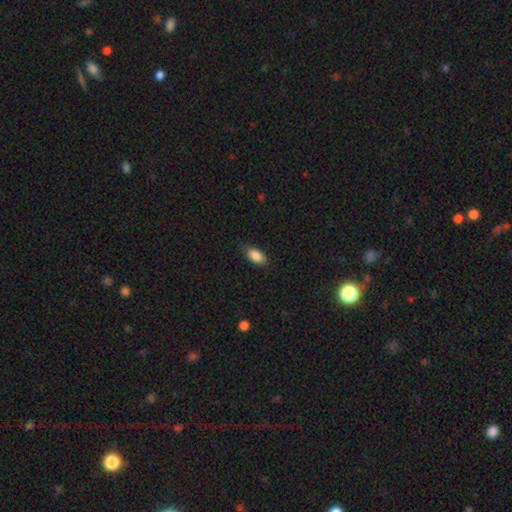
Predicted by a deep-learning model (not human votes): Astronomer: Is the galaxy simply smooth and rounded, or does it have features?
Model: smooth — 88%.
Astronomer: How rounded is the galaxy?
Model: in between — 92%.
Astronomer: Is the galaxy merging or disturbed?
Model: none — 82%.